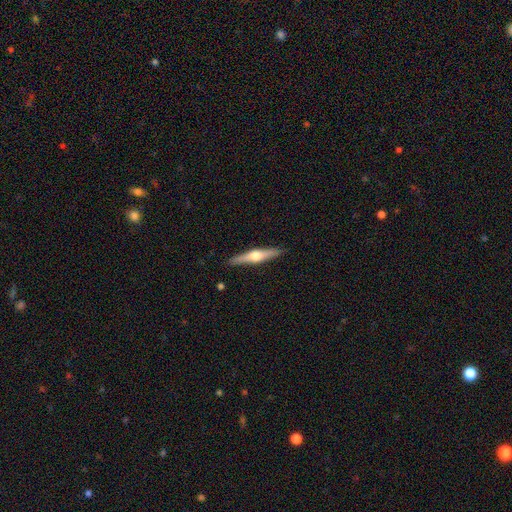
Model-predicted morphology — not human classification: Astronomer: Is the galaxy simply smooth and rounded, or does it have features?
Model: featured or disk — 66%.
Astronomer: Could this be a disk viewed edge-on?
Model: yes — 97%.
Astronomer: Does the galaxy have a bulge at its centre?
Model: rounded — 94%.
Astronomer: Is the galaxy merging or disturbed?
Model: none — 90%.